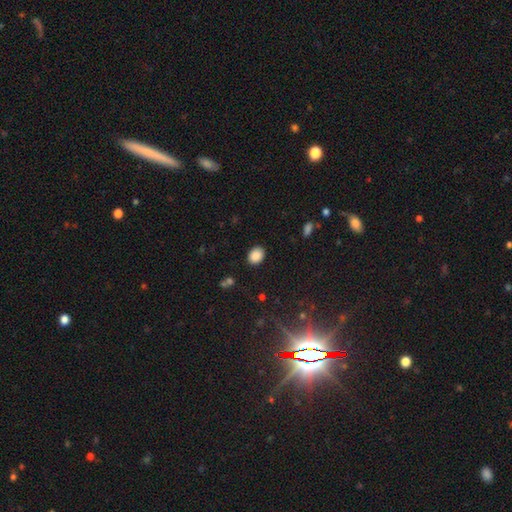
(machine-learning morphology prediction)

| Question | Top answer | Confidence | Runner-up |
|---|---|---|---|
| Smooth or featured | smooth | 88% | star or artifact (9%) |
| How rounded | in between | 61% | round (38%) |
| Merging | none | 88% | minor disturbance (9%) |